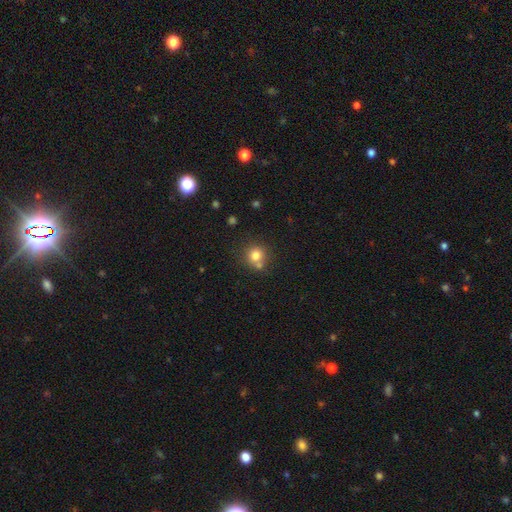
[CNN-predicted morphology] Smooth or featured: smooth — 78% (star or artifact — 12%)
How rounded: round — 89% (in between — 10%)
Merging: none — 62% (merger — 25%)